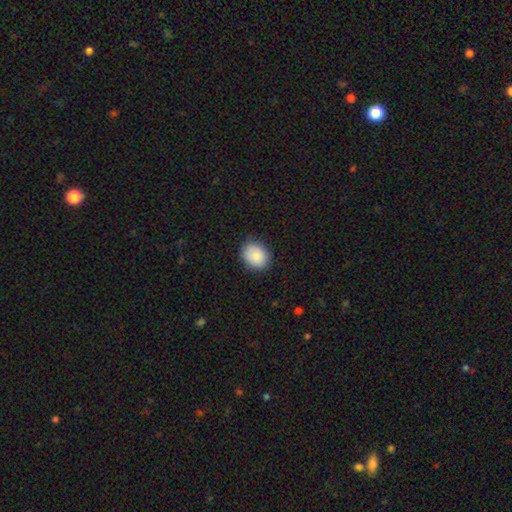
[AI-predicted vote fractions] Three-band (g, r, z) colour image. It shows a smooth galaxy with no disk features (87%) that is round (50%, tied with in between). Merging: none (84%).